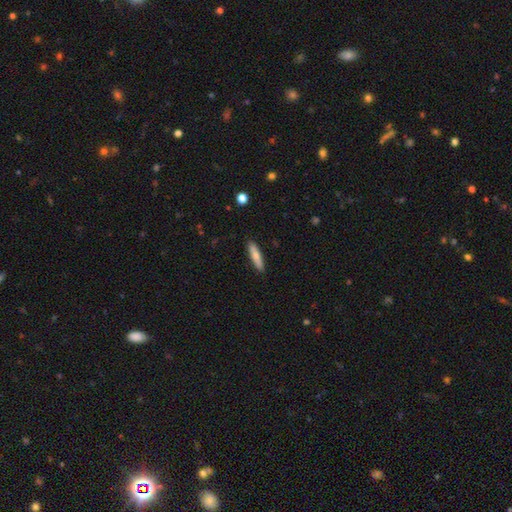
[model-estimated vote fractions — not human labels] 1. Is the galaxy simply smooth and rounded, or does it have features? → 65% smooth, 29% featured or disk, 6% star or artifact.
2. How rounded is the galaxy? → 79% cigar-shaped, 19% in between, 2% round.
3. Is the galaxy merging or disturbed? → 89% none, 8% minor disturbance, 2% major disturbance, 1% merger.